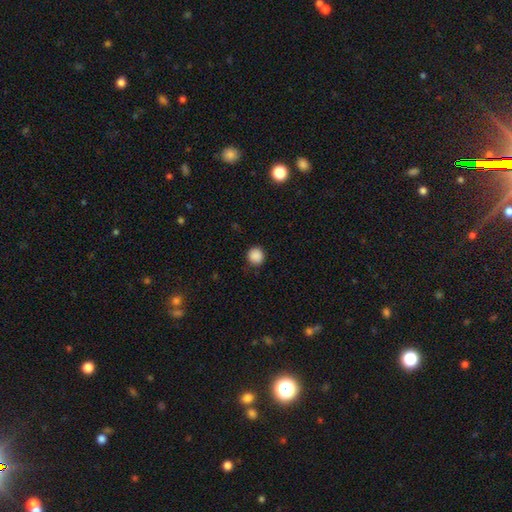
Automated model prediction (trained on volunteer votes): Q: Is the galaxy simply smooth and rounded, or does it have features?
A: smooth — 88%.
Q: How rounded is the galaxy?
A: round — 92%.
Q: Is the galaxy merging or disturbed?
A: none — 87%.